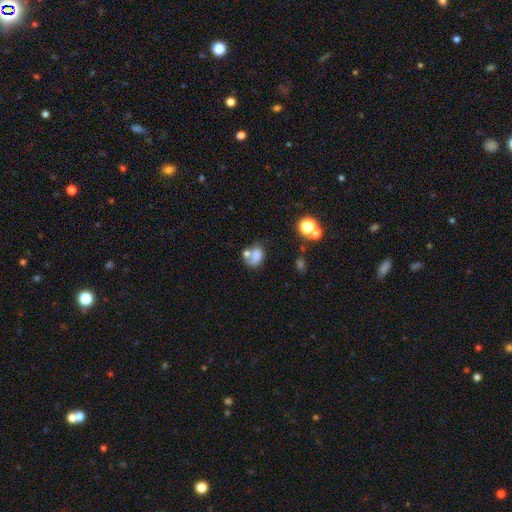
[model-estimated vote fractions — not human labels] A smooth galaxy with no disk features (64%) that is in between round and cigar-shaped (63%). Merging: merger (40%).